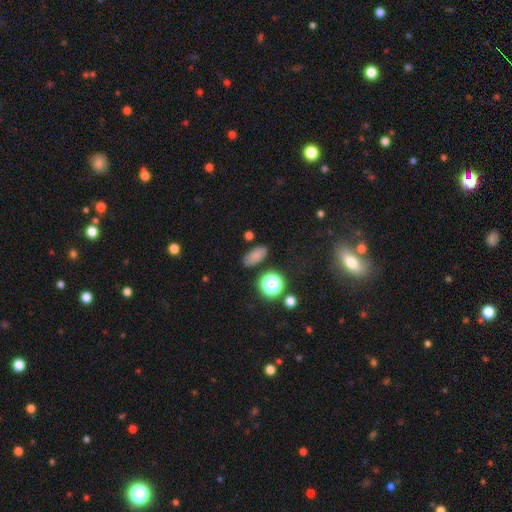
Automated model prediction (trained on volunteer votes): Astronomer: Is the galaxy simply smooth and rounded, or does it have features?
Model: smooth — 77%.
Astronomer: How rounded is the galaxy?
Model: in between — 82%.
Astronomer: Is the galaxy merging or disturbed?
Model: none — 83%.